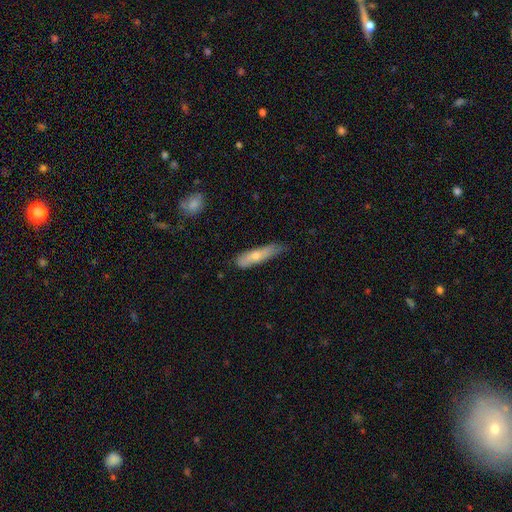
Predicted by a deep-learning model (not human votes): This is possibly a smooth galaxy (59%). How rounded: clearly cigar-shaped (82%). Merging: likely none (61%).